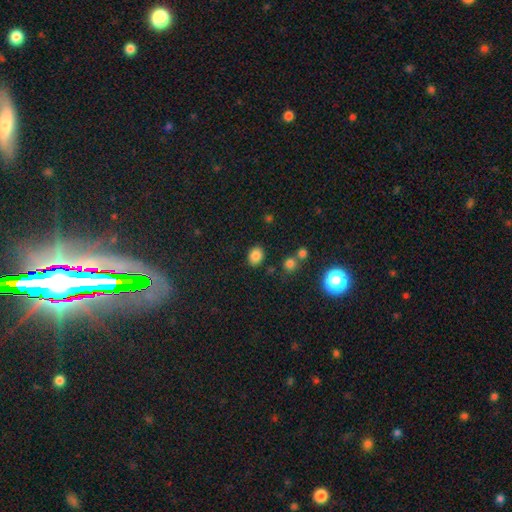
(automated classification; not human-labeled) smooth-or-featured: smooth: 83% | star or artifact: 11% | featured or disk: 6%
  how-rounded: in between: 59% | round: 40% | cigar-shaped: 1%
  merging: none: 82% | minor disturbance: 10% | merger: 5% | major disturbance: 3%